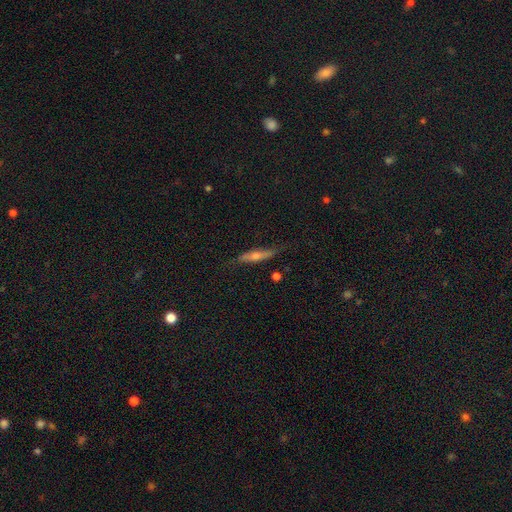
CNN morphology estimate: Smooth or featured? Predicted: featured or disk (p=0.56). Edge-on disk? Predicted: yes (p=0.87). Merging? Predicted: none (p=0.78).